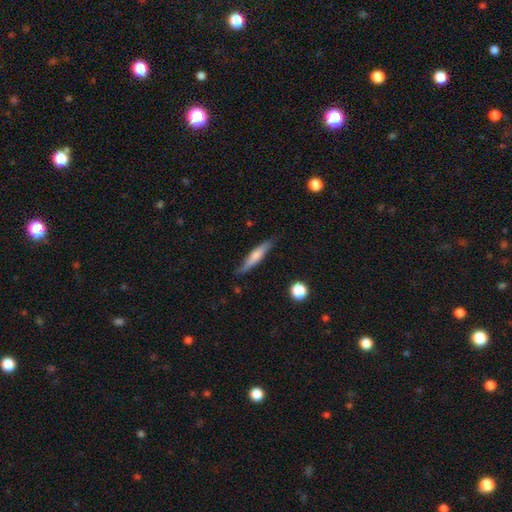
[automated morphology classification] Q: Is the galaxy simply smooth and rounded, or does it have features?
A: smooth — 62%.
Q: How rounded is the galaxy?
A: cigar-shaped — 87%.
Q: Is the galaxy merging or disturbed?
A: none — 76%.